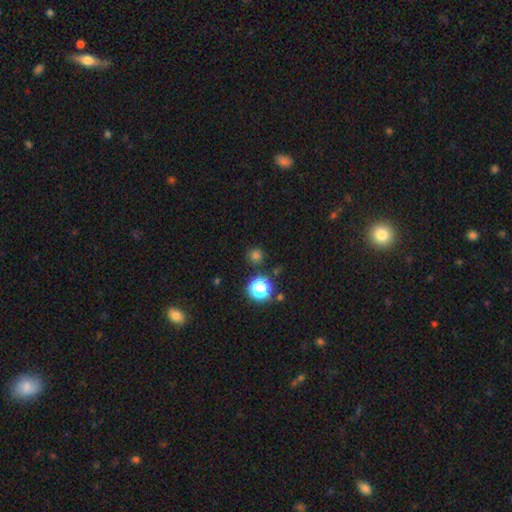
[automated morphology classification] type=smooth (73%); roundness=round (94%); merging=none (86%).